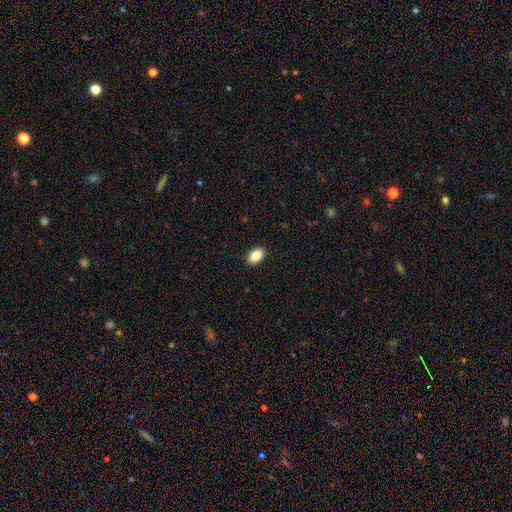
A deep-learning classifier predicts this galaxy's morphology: Overall: smooth (87%). How rounded: in between (89%). Merging: none (90%).